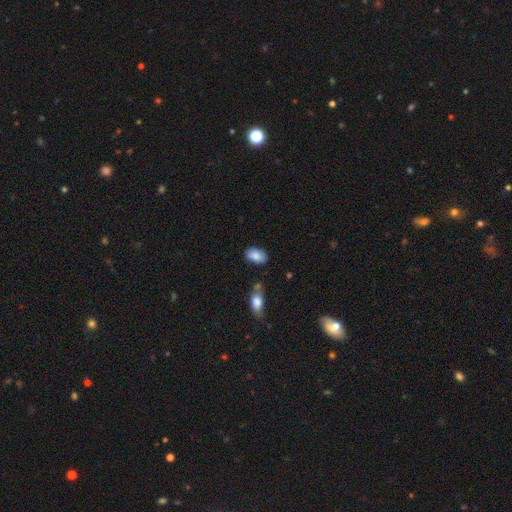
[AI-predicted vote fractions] Smooth or featured?
  - smooth: 85% *
  - featured or disk: 8%
  - star or artifact: 7%
How rounded?
  - in between: 92% *
  - round: 7%
  - cigar-shaped: 2%
Merging?
  - none: 78% *
  - minor disturbance: 14%
  - merger: 5%
  - major disturbance: 3%